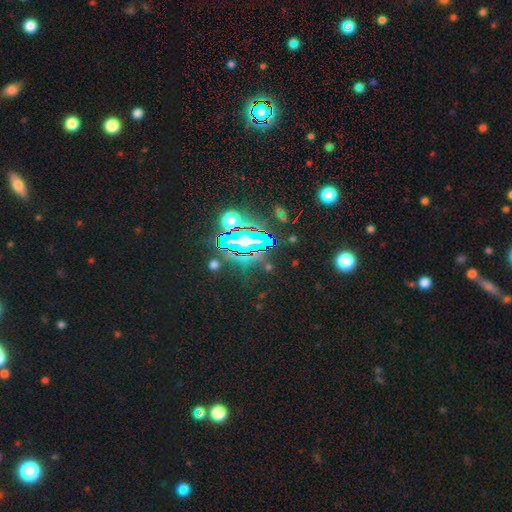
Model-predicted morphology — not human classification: Smooth or featured: star or artifact — 84% (smooth — 9%)